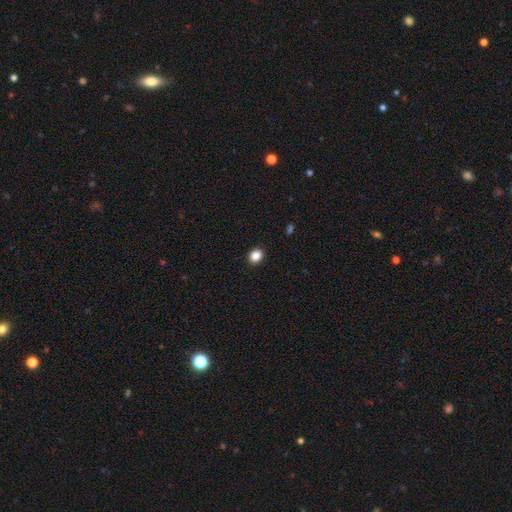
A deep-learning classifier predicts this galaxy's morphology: Smooth or featured? smooth (86%)
How rounded? round (56%)
Merging? none (91%)